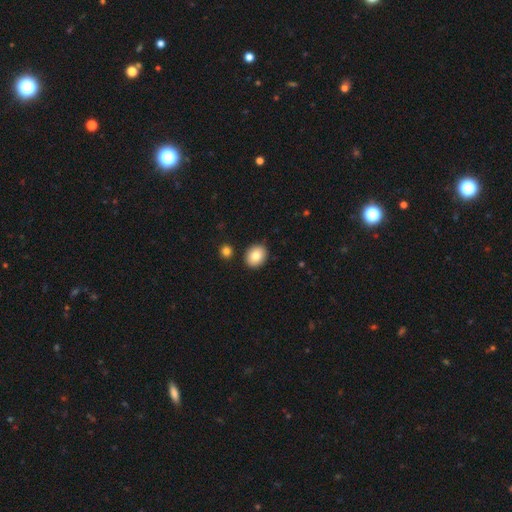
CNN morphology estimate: smooth-or-featured: smooth: 83% | featured or disk: 9% | star or artifact: 8%
  how-rounded: round: 57% | in between: 42% | cigar-shaped: 1%
  merging: none: 88% | minor disturbance: 7% | merger: 3% | major disturbance: 2%